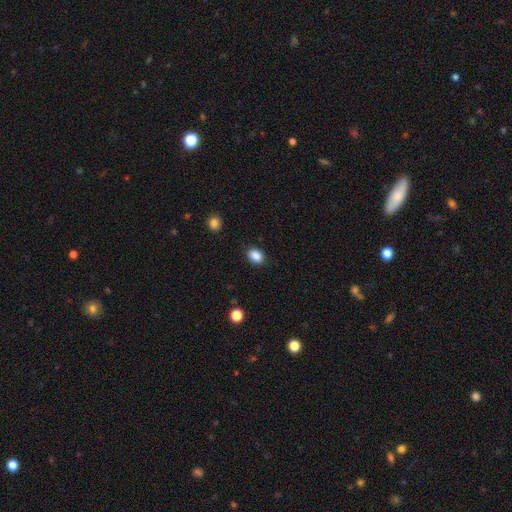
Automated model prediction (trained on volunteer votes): smooth-or-featured: smooth: 87% | star or artifact: 9% | featured or disk: 3%
  how-rounded: in between: 64% | round: 35% | cigar-shaped: 1%
  merging: none: 88% | minor disturbance: 9% | major disturbance: 2% | merger: 1%